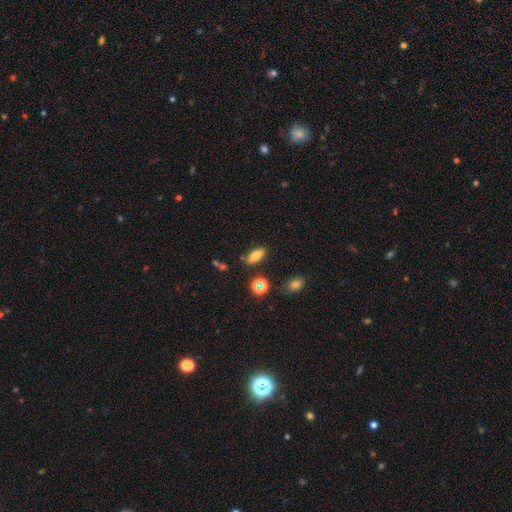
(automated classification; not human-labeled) Smooth or featured? smooth (74%)
How rounded? in between (72%)
Merging? none (82%)